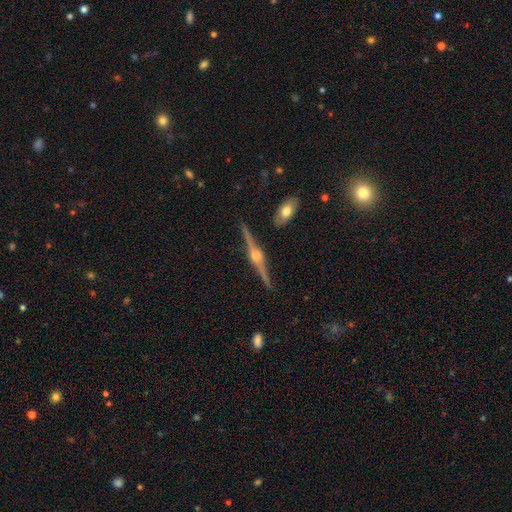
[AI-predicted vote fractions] The model was most divided on "merging": none: 88%, minor disturbance: 8%, merger: 2%, major disturbance: 2%. More confident: edge-on disk — yes (98%); edge-on bulge — rounded (92%); smooth or featured — featured or disk (89%).